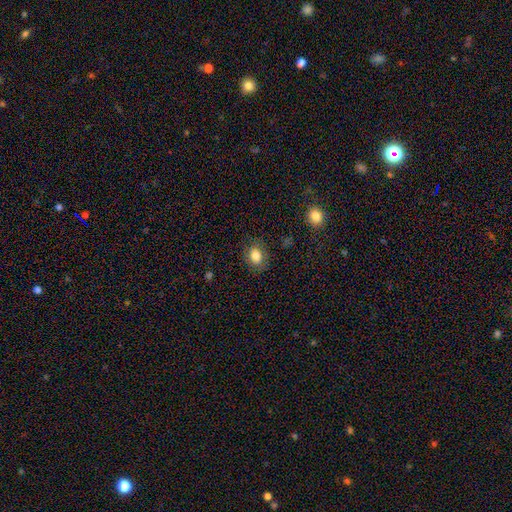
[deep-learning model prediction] Morphology: type=smooth (82%); roundness=in between (54%); merging=none (82%).